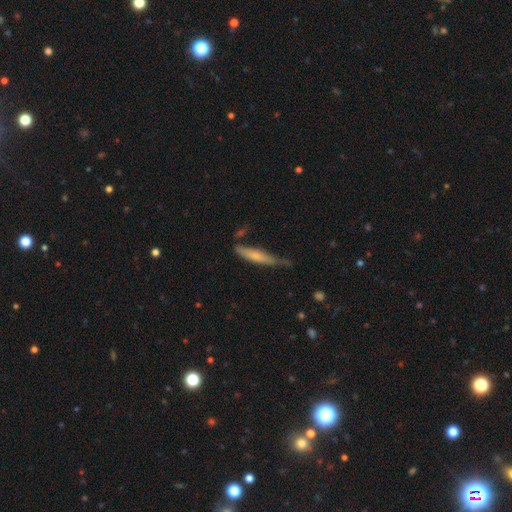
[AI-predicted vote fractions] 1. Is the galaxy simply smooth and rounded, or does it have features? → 60% smooth, 34% featured or disk, 6% star or artifact.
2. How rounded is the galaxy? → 88% cigar-shaped, 11% in between, 2% round.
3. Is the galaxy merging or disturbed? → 49% none, 35% minor disturbance, 10% major disturbance, 6% merger.